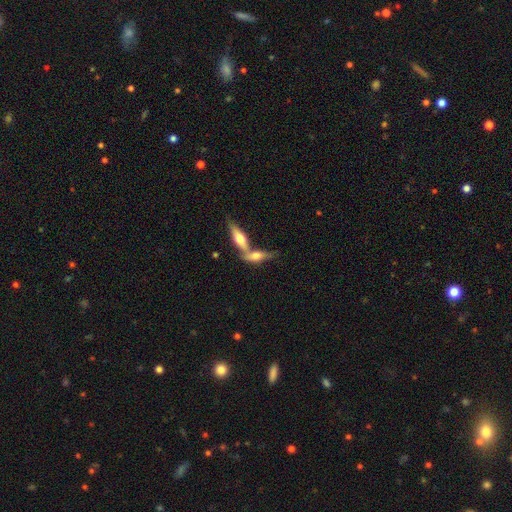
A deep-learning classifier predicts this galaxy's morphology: This appears to be a featured or disk galaxy (49%). Merging: merger (55%).